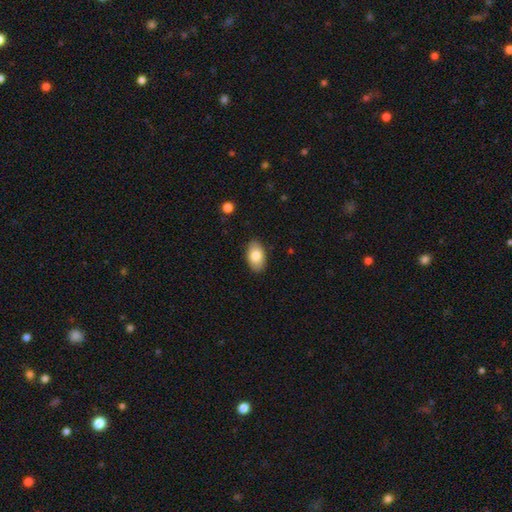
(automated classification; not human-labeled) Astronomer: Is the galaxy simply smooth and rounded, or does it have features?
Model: smooth — 81%.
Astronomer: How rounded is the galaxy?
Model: in between — 93%.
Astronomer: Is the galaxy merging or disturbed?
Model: none — 88%.